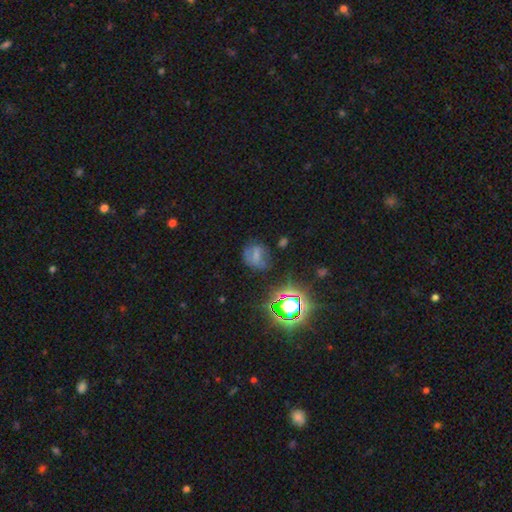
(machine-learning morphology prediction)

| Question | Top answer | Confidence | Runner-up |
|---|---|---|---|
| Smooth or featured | smooth | 47% | star or artifact (28%) |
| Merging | none | 58% | minor disturbance (23%) |